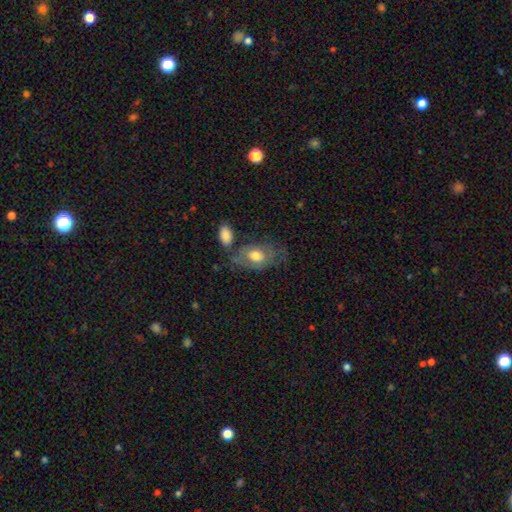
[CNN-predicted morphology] This is possibly a smooth galaxy (57%). How rounded: clearly in between (87%). Merging: possibly none (47%).